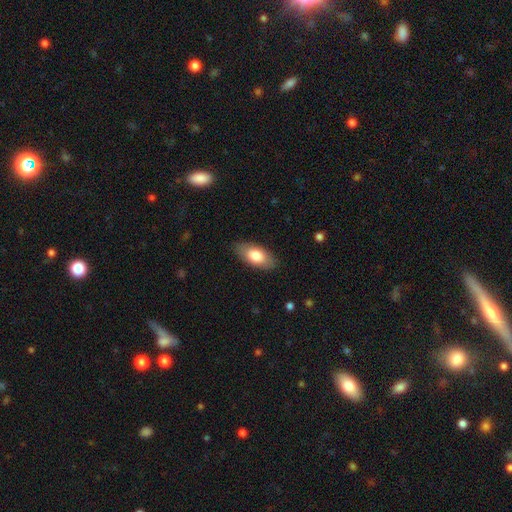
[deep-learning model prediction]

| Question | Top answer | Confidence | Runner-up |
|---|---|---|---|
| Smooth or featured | smooth | 77% | featured or disk (17%) |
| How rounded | in between | 91% | cigar-shaped (6%) |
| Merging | none | 84% | minor disturbance (12%) |